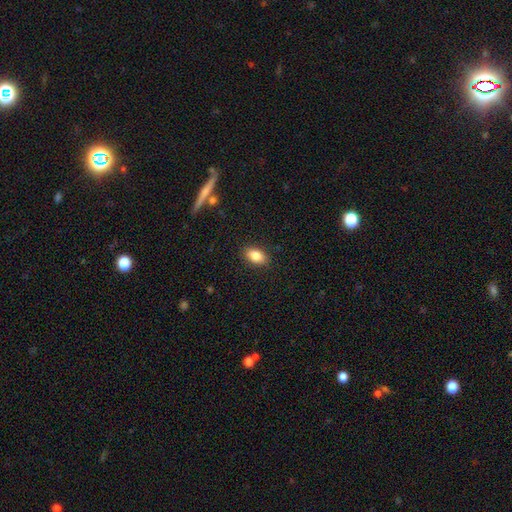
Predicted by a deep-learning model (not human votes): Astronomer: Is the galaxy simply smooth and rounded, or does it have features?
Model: smooth — 83%.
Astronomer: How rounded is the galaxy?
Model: in between — 89%.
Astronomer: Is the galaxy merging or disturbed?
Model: none — 88%.